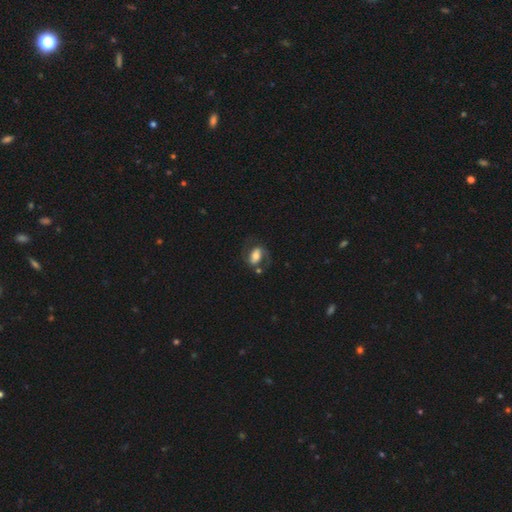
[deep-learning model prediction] Smooth or featured: featured or disk — 48% (smooth — 44%)
Merging: none — 54% (minor disturbance — 19%)